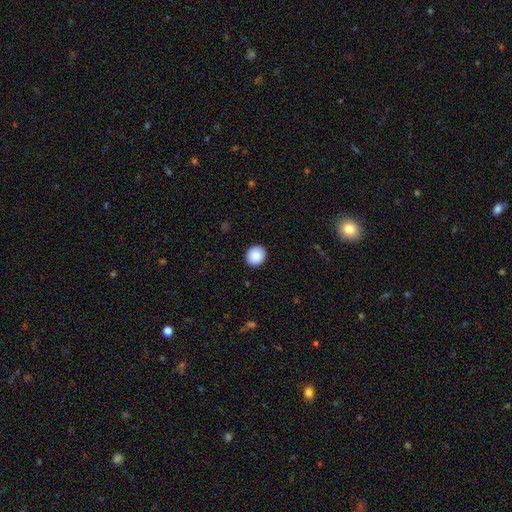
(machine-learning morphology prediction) Q: Smooth or featured?
A: smooth (87%); runner-up: star or artifact (8%)
Q: How rounded?
A: round (75%); runner-up: in between (24%)
Q: Merging?
A: none (91%); runner-up: minor disturbance (6%)